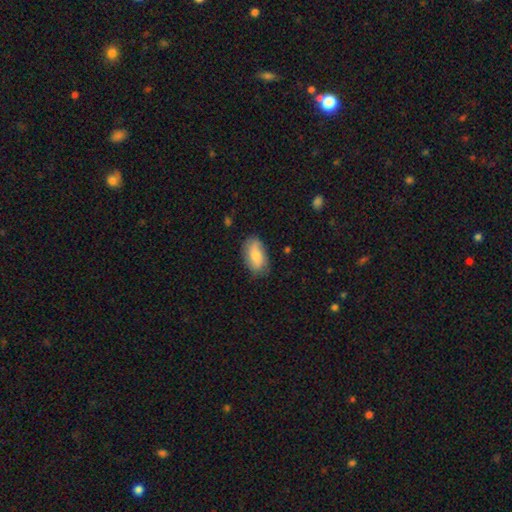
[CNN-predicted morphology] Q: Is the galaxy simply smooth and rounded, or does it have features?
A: smooth — 68%.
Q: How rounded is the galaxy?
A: in between — 92%.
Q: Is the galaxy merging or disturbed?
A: none — 76%.